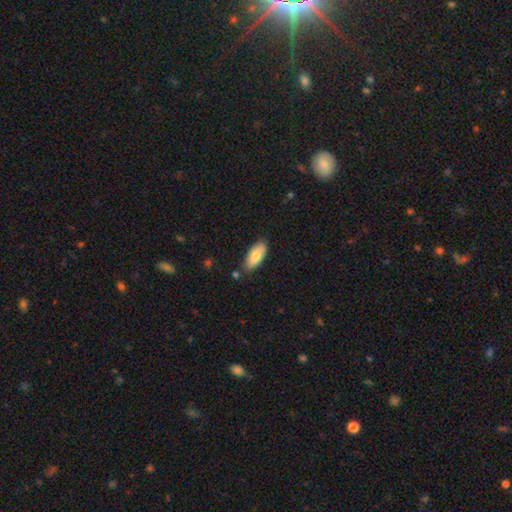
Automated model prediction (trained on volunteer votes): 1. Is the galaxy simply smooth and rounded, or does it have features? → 81% smooth, 13% featured or disk, 6% star or artifact.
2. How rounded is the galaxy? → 84% in between, 14% cigar-shaped, 2% round.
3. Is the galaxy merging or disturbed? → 79% none, 16% minor disturbance, 3% merger, 2% major disturbance.